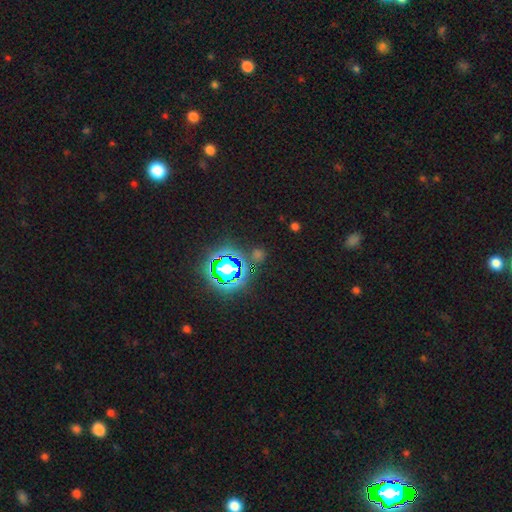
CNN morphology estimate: Overall: star or artifact (69%).